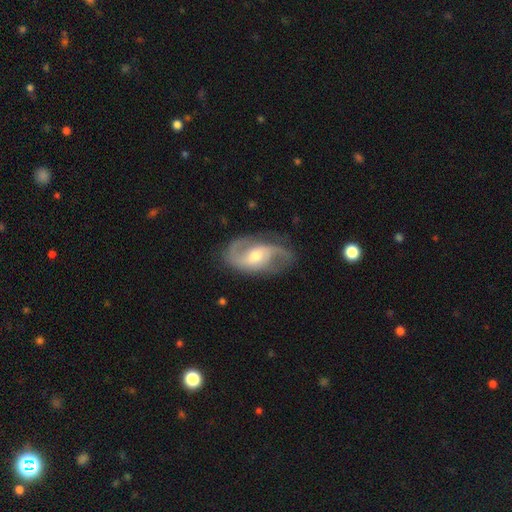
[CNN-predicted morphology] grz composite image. It shows a featured or disk galaxy (86%) with a weak bar (47%), 2 (87%) medium (49%) spiral arms (96%) and a moderate central bulge (60%). Merging: none (73%).